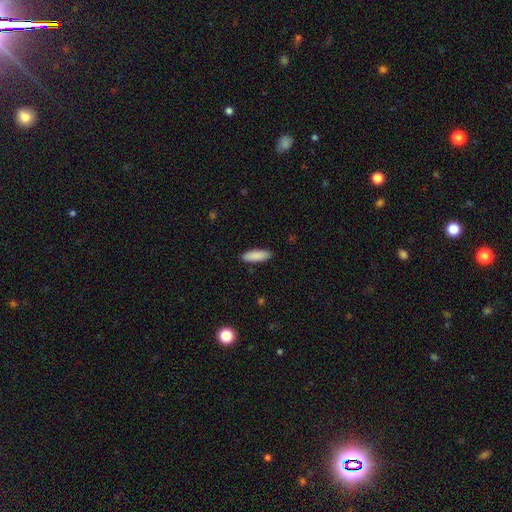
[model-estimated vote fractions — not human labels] Morphology: type=smooth (89%); roundness=in between (57%); merging=none (89%).